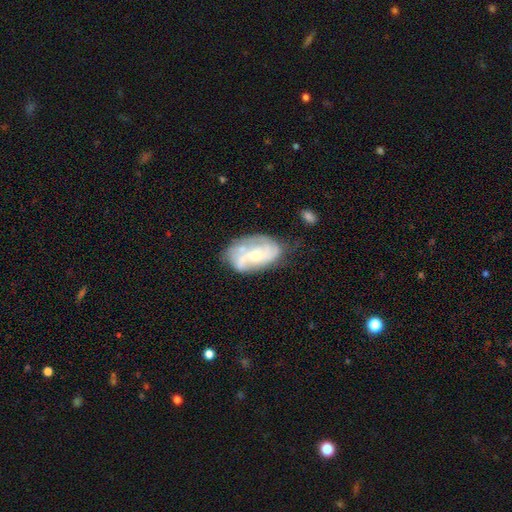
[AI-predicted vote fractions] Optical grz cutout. It shows a featured or disk galaxy (76%) with no bar (57%), 2 (52%) medium (41%) spiral arms (85%) and a small central bulge (48%). Merging: none (56%).